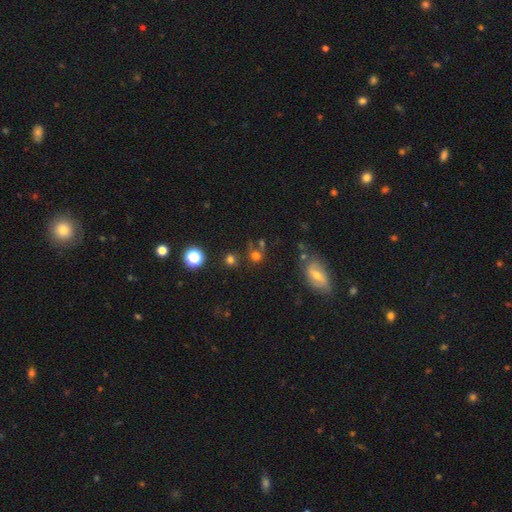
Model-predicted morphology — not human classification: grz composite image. It shows a smooth galaxy with no disk features (67%) that is round (86%). Merging: none (63%).